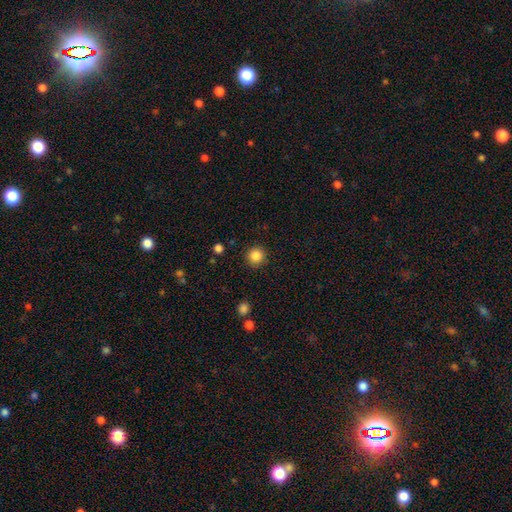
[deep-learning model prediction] Overall: smooth (86%). How rounded: round (94%). Merging: none (91%).